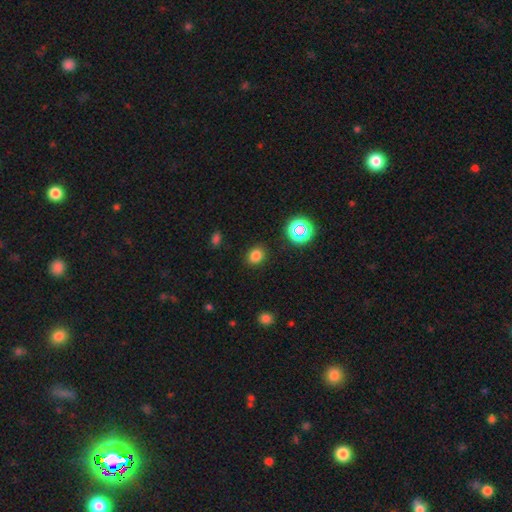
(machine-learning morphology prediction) Overall: smooth (79%). How rounded: round (62%; in between 37%). Merging: none (88%).